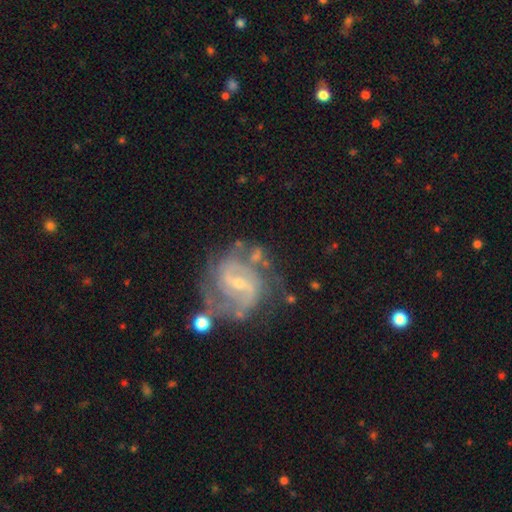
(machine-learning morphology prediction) Overall: featured or disk (85%). Edge-on disk: no (97%). Bar: weak (52%; strong 29%). Spiral arms: yes (95%). Spiral arm count: 2 (72%). Spiral winding: medium (51%; tight 31%). Bulge size: small (62%; moderate 33%). Merging: none (57%; minor disturbance 20%).